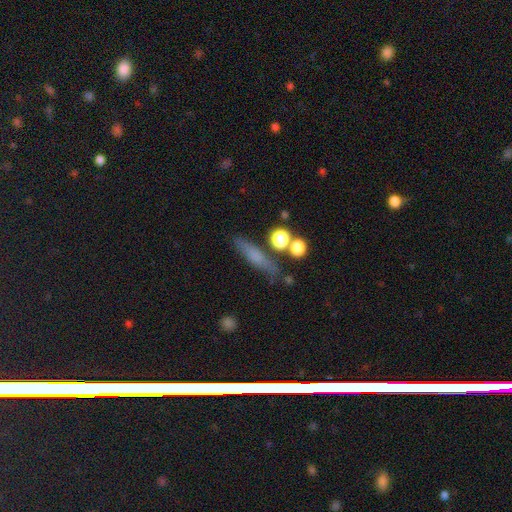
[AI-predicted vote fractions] smooth 58%, featured or disk 29%, star or artifact 12%. Down the decision tree: how rounded — cigar-shaped (74%); merging — none (72%).